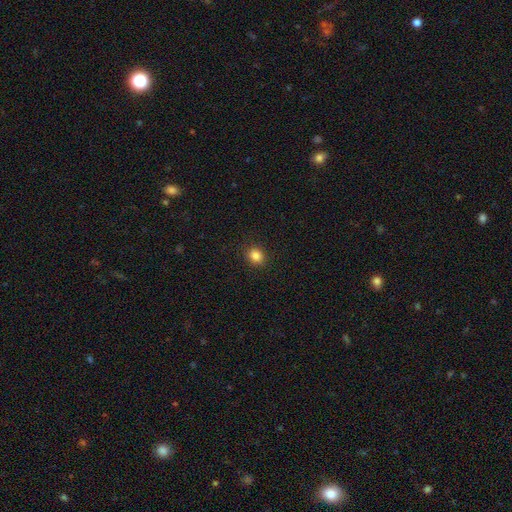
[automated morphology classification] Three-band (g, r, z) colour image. It shows a smooth galaxy with no disk features (84%) that is round (68%). Merging: none (90%).